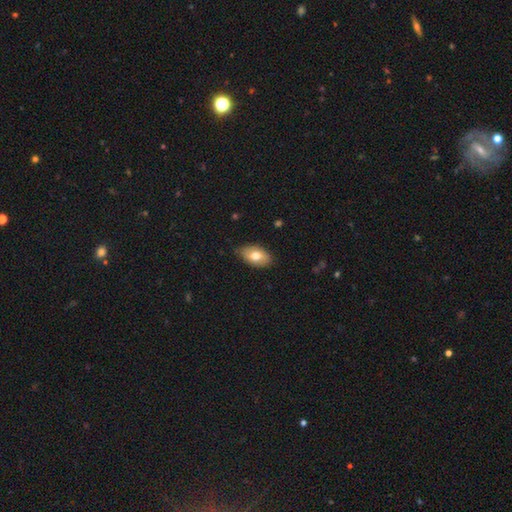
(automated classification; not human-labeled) smooth 71%, featured or disk 22%, star or artifact 7%. Down the decision tree: how rounded — in between (91%); merging — none (81%).